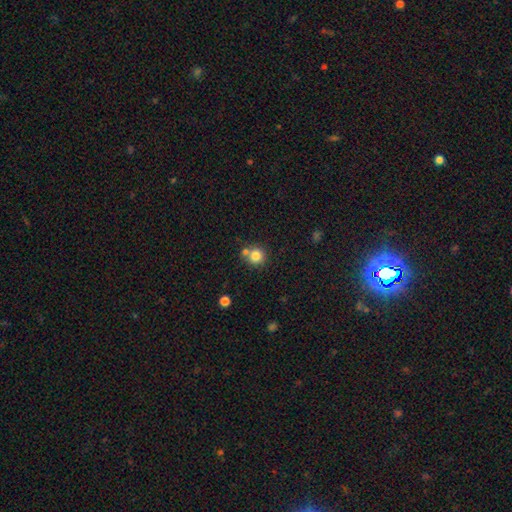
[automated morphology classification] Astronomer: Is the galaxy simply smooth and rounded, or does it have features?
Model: smooth — 81%.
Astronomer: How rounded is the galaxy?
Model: round — 92%.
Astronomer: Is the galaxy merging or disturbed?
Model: none — 65%.